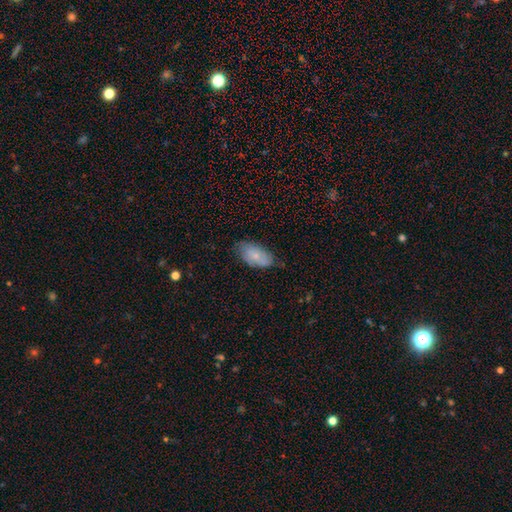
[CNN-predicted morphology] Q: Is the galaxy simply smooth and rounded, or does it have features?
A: smooth — 73%.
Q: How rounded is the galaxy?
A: in between — 93%.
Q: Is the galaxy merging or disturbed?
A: none — 66%.